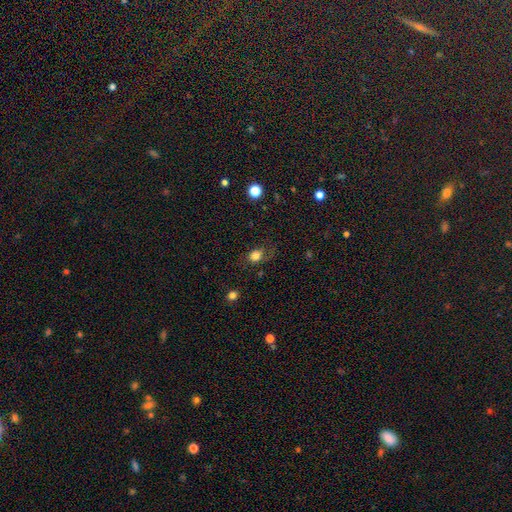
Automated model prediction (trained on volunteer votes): smooth_or_featured: smooth (p=0.78) [alt: star or artifact p=0.11]
how_rounded: round (p=0.54) [alt: in between p=0.45]
merging: none (p=0.54) [alt: minor disturbance p=0.23]